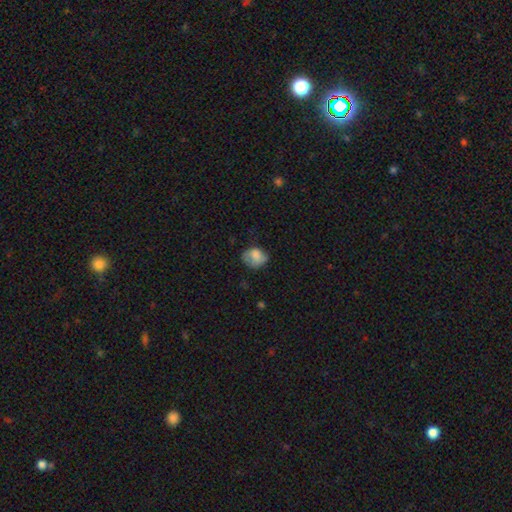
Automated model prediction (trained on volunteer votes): This is likely a smooth galaxy (77%). How rounded: possibly in between (50%). Merging: possibly none (49%).